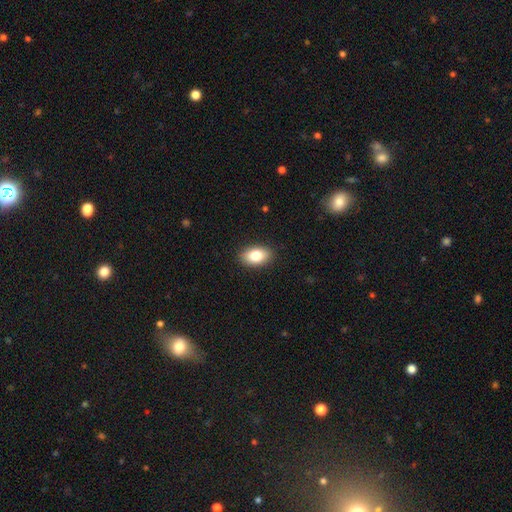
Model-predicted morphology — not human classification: smooth_or_featured: smooth (p=0.81) [alt: featured or disk p=0.11]
how_rounded: in between (p=0.89) [alt: round p=0.09]
merging: none (p=0.89) [alt: minor disturbance p=0.08]